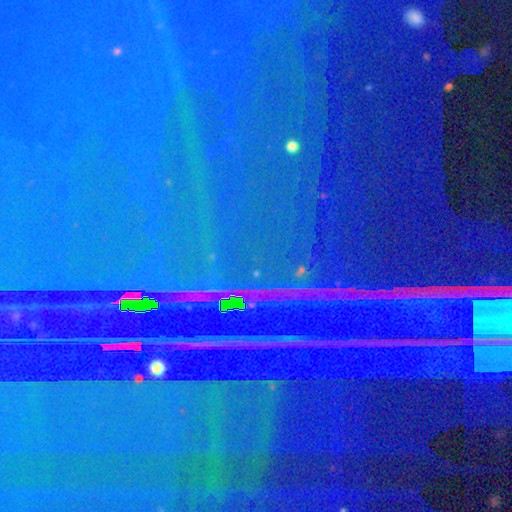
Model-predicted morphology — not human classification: Q: Smooth or featured?
A: star or artifact (88%); runner-up: featured or disk (7%)